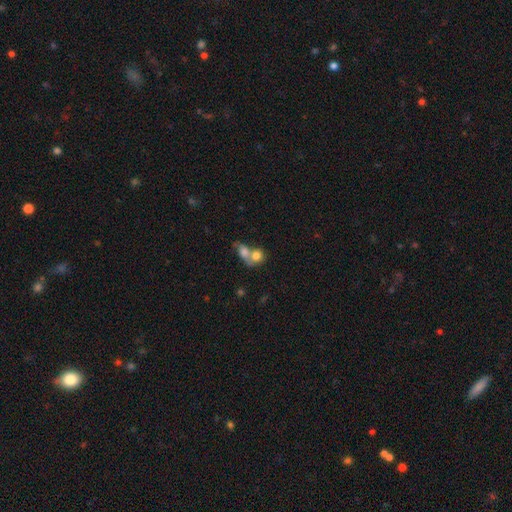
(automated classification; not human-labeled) Smooth or featured: smooth — 76% (featured or disk — 15%)
How rounded: round — 58% (in between — 40%)
Merging: merger — 68% (none — 20%)